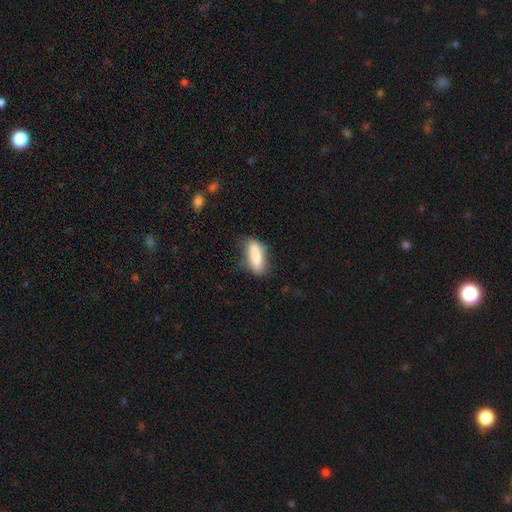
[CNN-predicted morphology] The model was most divided on "how rounded": in between: 61%, cigar-shaped: 37%, round: 2%. More confident: smooth or featured — smooth (80%); merging — none (67%).